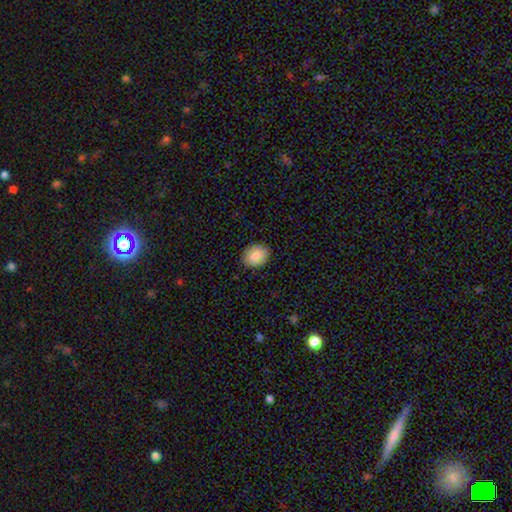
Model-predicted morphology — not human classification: Overall: smooth (86%). How rounded: in between (56%; round 43%). Merging: none (88%).